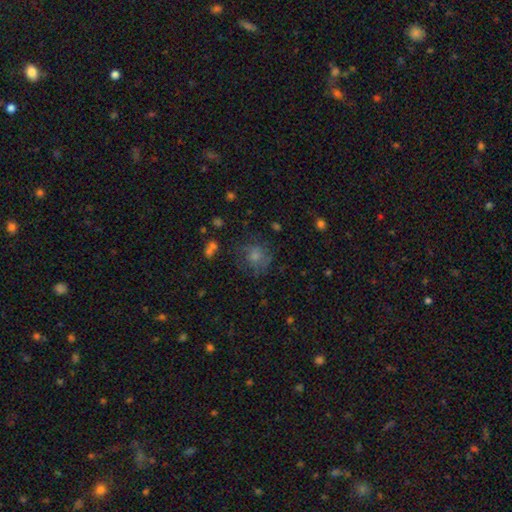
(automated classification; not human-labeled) Smooth or featured? Predicted: smooth (p=0.64). How rounded? Predicted: round (p=0.82). Merging? Predicted: none (p=0.59).